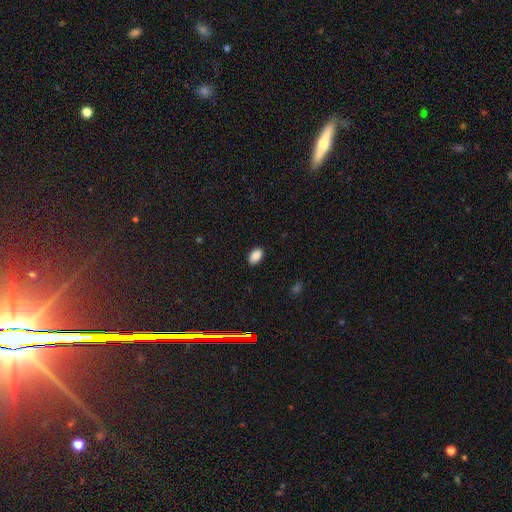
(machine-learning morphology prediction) smooth-or-featured: smooth: 88% | star or artifact: 9% | featured or disk: 3%
  how-rounded: in between: 91% | round: 7% | cigar-shaped: 1%
  merging: none: 86% | minor disturbance: 10% | major disturbance: 2% | merger: 1%